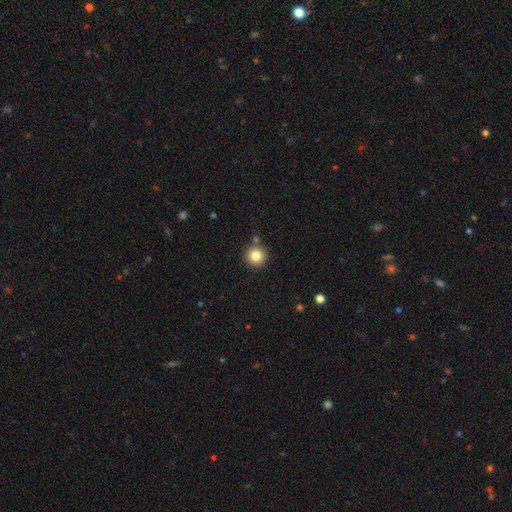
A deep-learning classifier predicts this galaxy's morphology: The model was most divided on "smooth or featured": smooth: 82%, star or artifact: 11%, featured or disk: 7%. More confident: how rounded — round (95%); merging — none (85%).